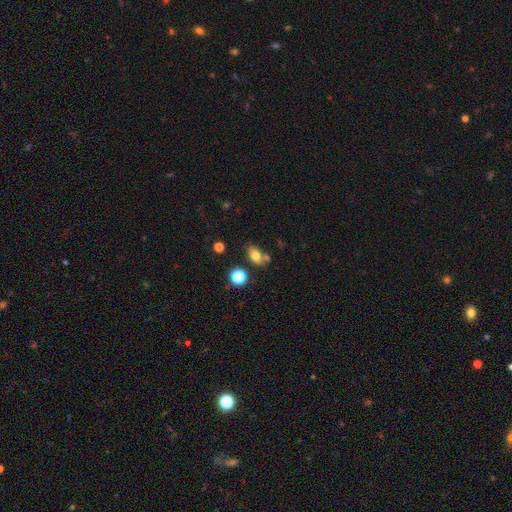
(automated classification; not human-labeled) Smooth or featured? smooth (77%)
How rounded? in between (80%)
Merging? none (64%)